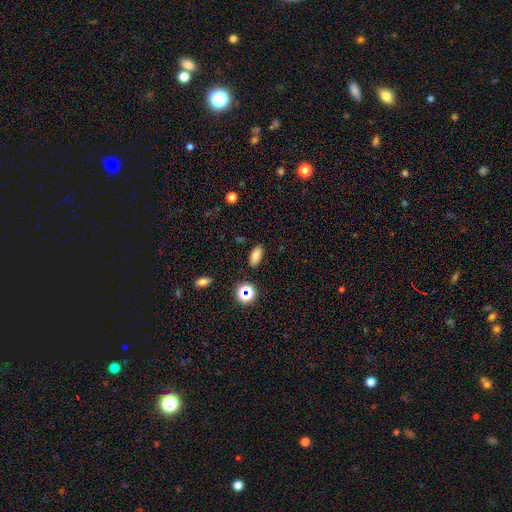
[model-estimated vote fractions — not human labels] smooth_or_featured: smooth (p=0.79) [alt: star or artifact p=0.14]
how_rounded: in between (p=0.86) [alt: cigar-shaped p=0.08]
merging: none (p=0.86) [alt: minor disturbance p=0.09]